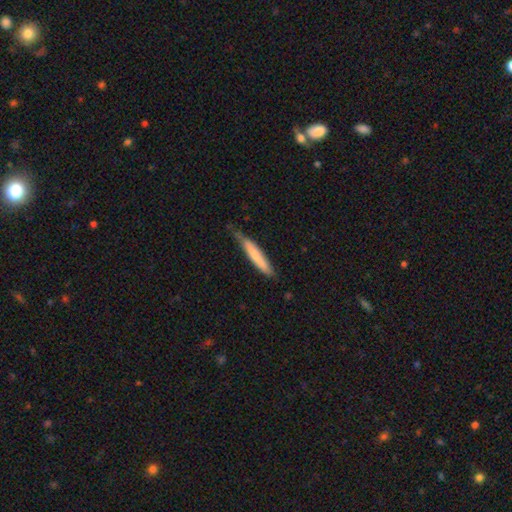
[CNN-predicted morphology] This is likely a smooth galaxy (69%). How rounded: clearly cigar-shaped (92%). Merging: likely none (63%).